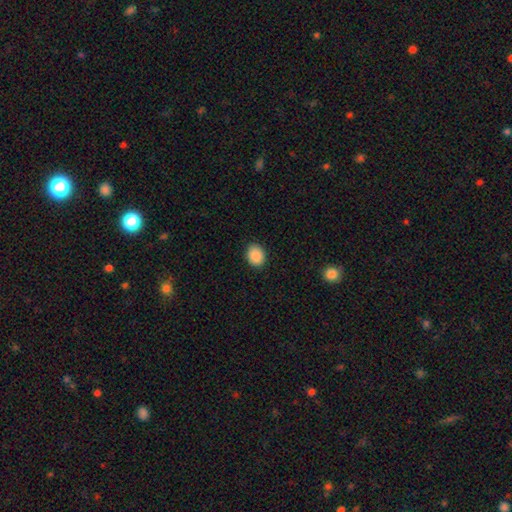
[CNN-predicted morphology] Q: Smooth or featured?
A: smooth (89%); runner-up: star or artifact (8%)
Q: How rounded?
A: round (55%); runner-up: in between (44%)
Q: Merging?
A: none (90%); runner-up: minor disturbance (8%)